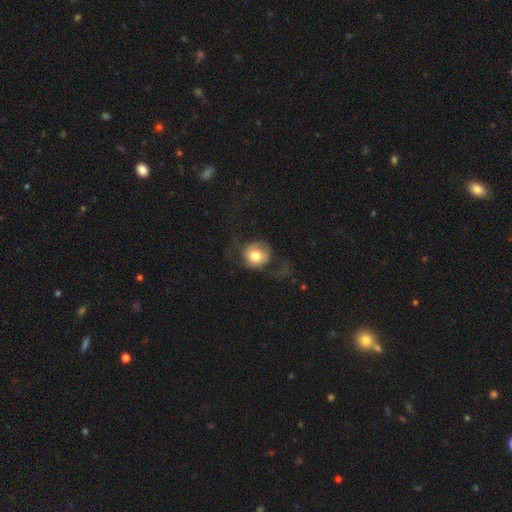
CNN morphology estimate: Smooth or featured? smooth (67%)
How rounded? round (81%)
Merging? none (40%)